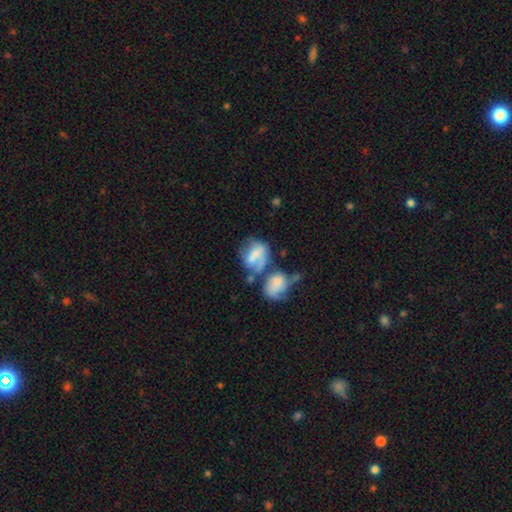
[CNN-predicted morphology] Smooth or featured? Predicted: smooth (p=0.55). How rounded? Predicted: in between (p=0.63). Merging? Predicted: merger (p=0.46).